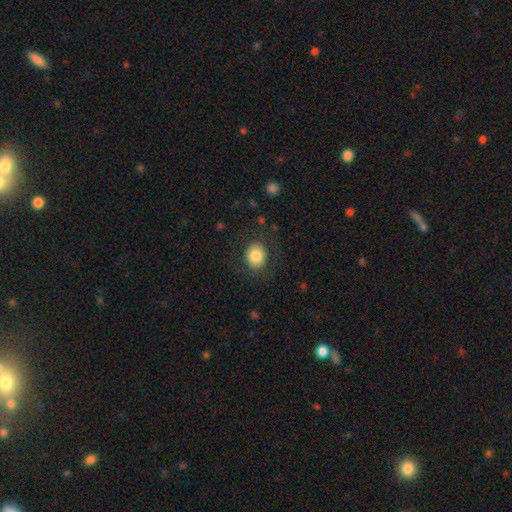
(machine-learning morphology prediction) The model was most divided on "how rounded": round: 64%, in between: 35%, cigar-shaped: 1%. More confident: merging — none (83%); smooth or featured — smooth (82%).